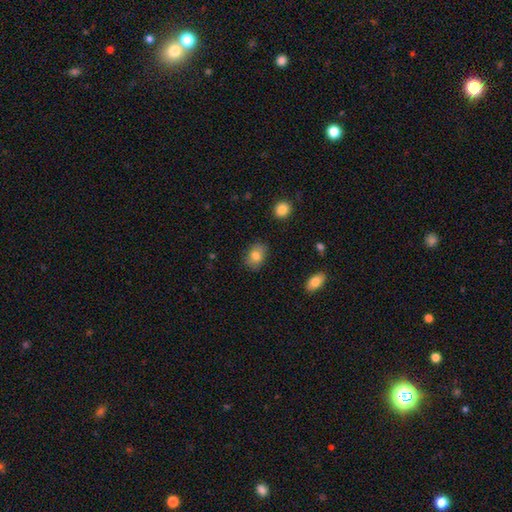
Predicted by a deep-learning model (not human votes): A smooth galaxy with no disk features (80%) that is in between round and cigar-shaped (75%).

Vote fractions:
- Smooth or featured? smooth: 80% / featured or disk: 12% / star or artifact: 9%
- How rounded? in between: 75% / round: 24% / cigar-shaped: 1%
- Merging? none: 82% / minor disturbance: 14% / major disturbance: 3% / merger: 2%